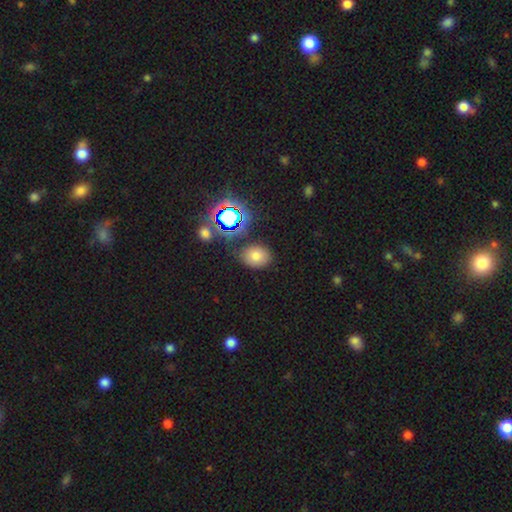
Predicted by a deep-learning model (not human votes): Smooth or featured?
  - smooth: 70% *
  - star or artifact: 21%
  - featured or disk: 9%
How rounded?
  - in between: 61% *
  - round: 38%
  - cigar-shaped: 1%
Merging?
  - none: 81% *
  - minor disturbance: 12%
  - merger: 4%
  - major disturbance: 4%